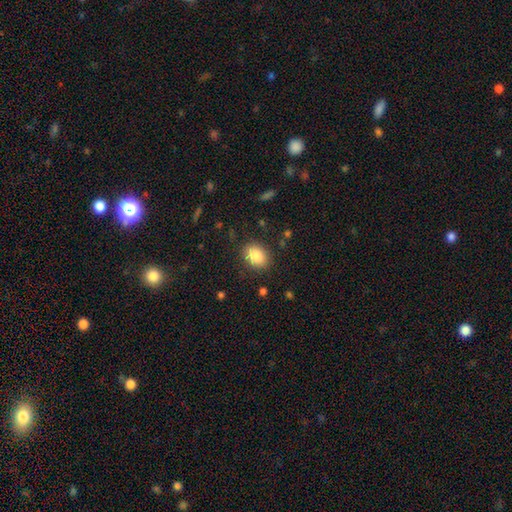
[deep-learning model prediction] smooth 85%, star or artifact 8%, featured or disk 7%. Down the decision tree: how rounded — in between (62%); merging — none (85%).